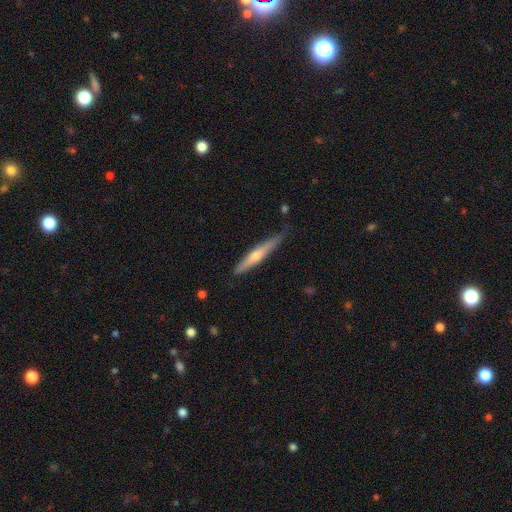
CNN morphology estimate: Smooth or featured? Predicted: featured or disk (p=0.56). Edge-on disk? Predicted: yes (p=0.95). Edge-on bulge? Predicted: rounded (p=0.80). Merging? Predicted: none (p=0.79).